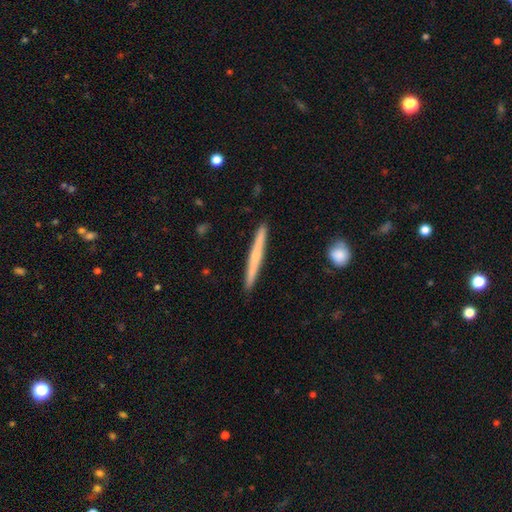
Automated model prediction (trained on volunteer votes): Morphology: type=featured or disk (49%); merging=none (92%).